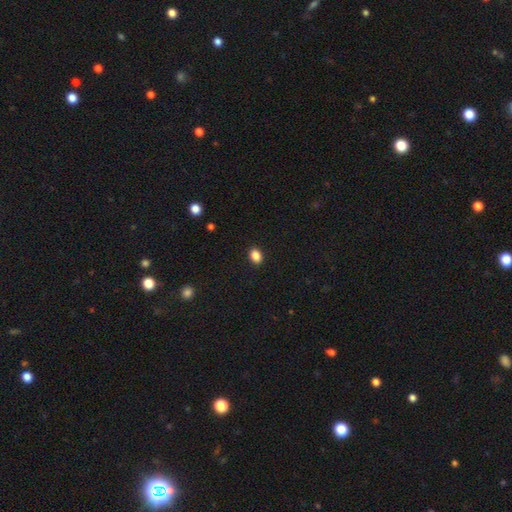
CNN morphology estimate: smooth_or_featured: smooth (p=0.87) [alt: star or artifact p=0.09]
how_rounded: in between (p=0.72) [alt: round p=0.27]
merging: none (p=0.91) [alt: minor disturbance p=0.06]